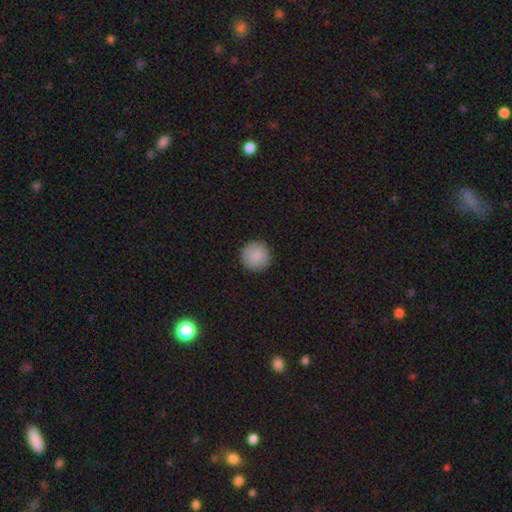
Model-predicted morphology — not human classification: Q: Smooth or featured?
A: smooth (89%); runner-up: star or artifact (7%)
Q: How rounded?
A: round (96%); runner-up: in between (3%)
Q: Merging?
A: none (92%); runner-up: minor disturbance (6%)